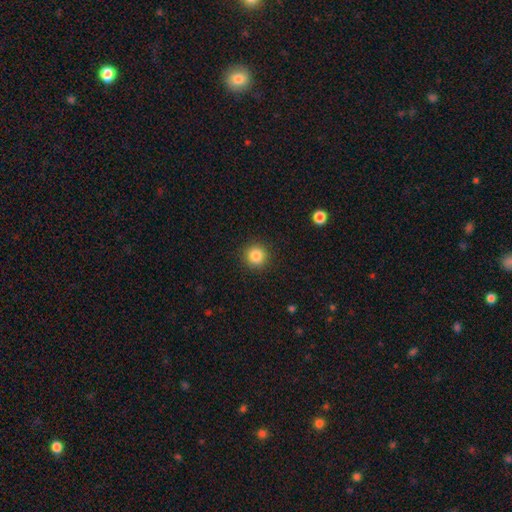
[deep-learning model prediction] Smooth or featured: smooth — 85% (star or artifact — 11%)
How rounded: round — 94% (in between — 5%)
Merging: none — 91% (minor disturbance — 6%)